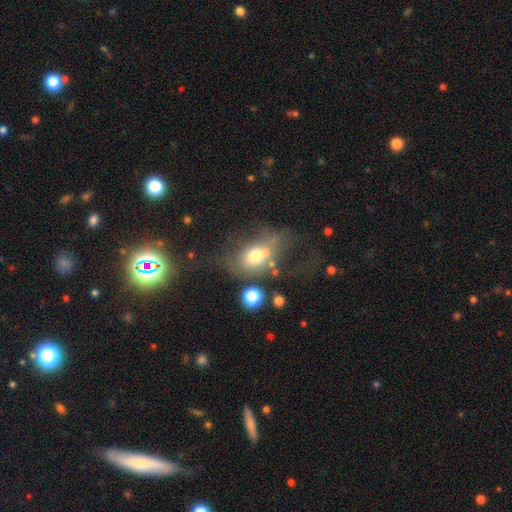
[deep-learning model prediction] Smooth or featured? smooth (57%)
How rounded? in between (68%)
Merging? major disturbance (43%)